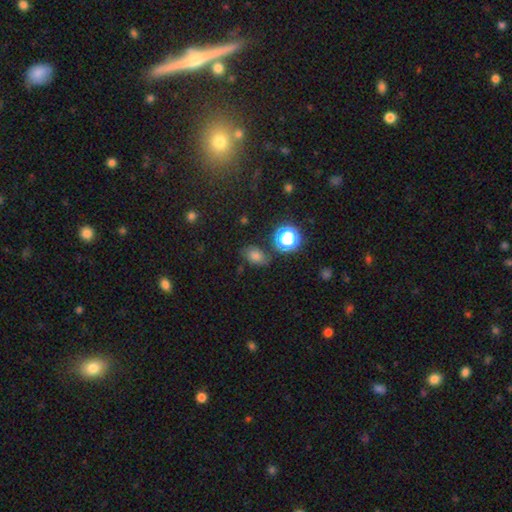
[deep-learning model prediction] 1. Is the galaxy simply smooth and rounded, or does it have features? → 67% smooth, 23% star or artifact, 10% featured or disk.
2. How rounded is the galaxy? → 71% in between, 27% round, 2% cigar-shaped.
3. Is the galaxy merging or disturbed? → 78% none, 14% minor disturbance, 4% major disturbance, 4% merger.